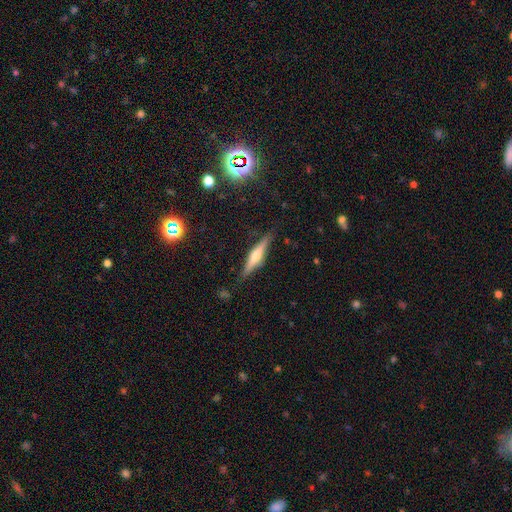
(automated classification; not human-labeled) Q: Smooth or featured?
A: featured or disk (66%); runner-up: smooth (25%)
Q: Edge-on disk?
A: yes (97%); runner-up: no (3%)
Q: Edge-on bulge?
A: rounded (82%); runner-up: boxy (10%)
Q: Merging?
A: none (88%); runner-up: minor disturbance (9%)